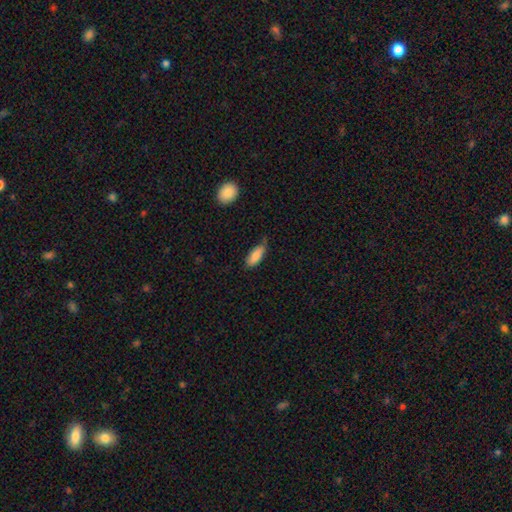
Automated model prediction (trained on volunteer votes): Smooth or featured? smooth (85%)
How rounded? in between (79%)
Merging? none (57%)